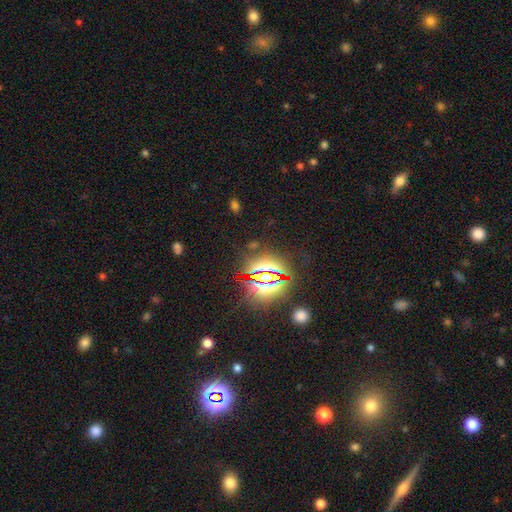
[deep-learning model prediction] smooth_or_featured: star or artifact (p=0.82) [alt: smooth p=0.11]